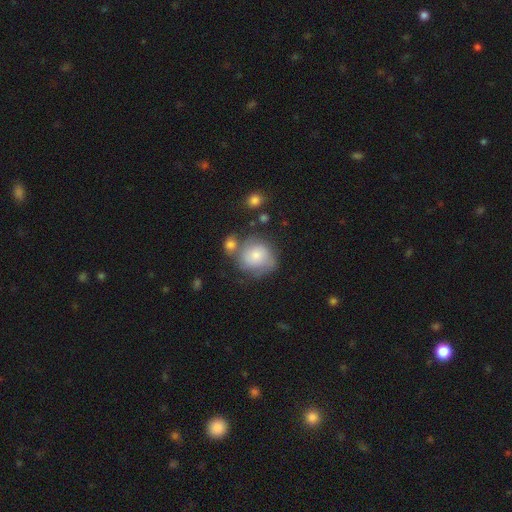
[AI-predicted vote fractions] This appears to be a smooth galaxy with no disk features (60%) that is round (80%). Merging: none (49%).